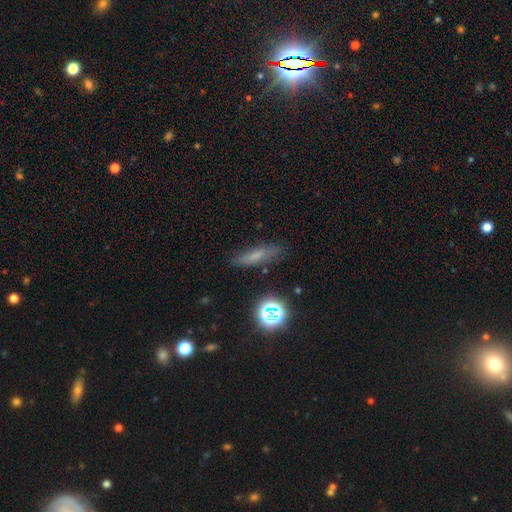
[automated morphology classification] Smooth or featured? Predicted: smooth (p=0.63). How rounded? Predicted: cigar-shaped (p=0.69). Merging? Predicted: none (p=0.80).